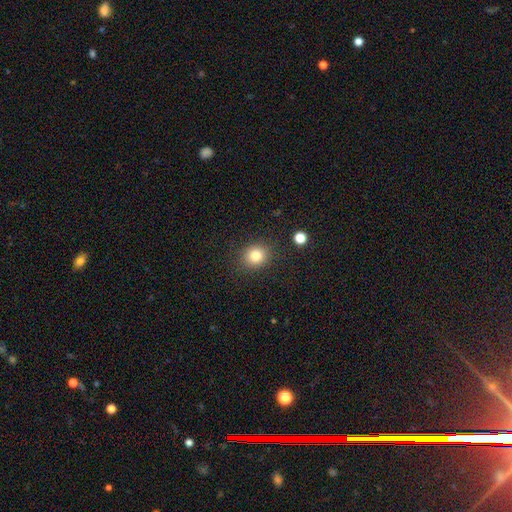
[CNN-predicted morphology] Smooth or featured?
  - smooth: 81% *
  - star or artifact: 12%
  - featured or disk: 7%
How rounded?
  - round: 77% *
  - in between: 22%
  - cigar-shaped: 1%
Merging?
  - none: 87% *
  - minor disturbance: 9%
  - major disturbance: 3%
  - merger: 2%